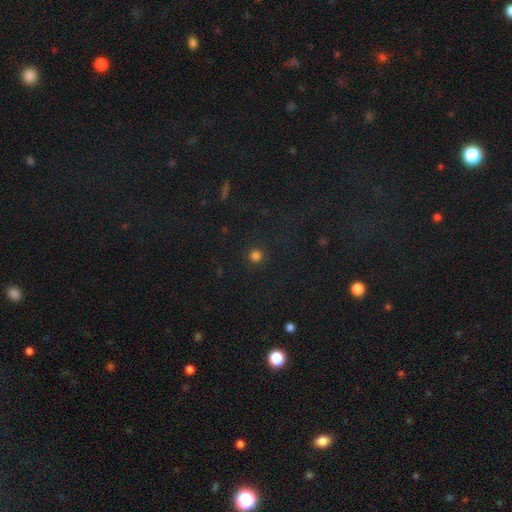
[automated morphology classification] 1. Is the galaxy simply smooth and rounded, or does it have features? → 81% smooth, 15% star or artifact, 4% featured or disk.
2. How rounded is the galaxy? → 95% round, 5% in between, 1% cigar-shaped.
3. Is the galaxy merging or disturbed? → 90% none, 6% minor disturbance, 2% major disturbance, 1% merger.